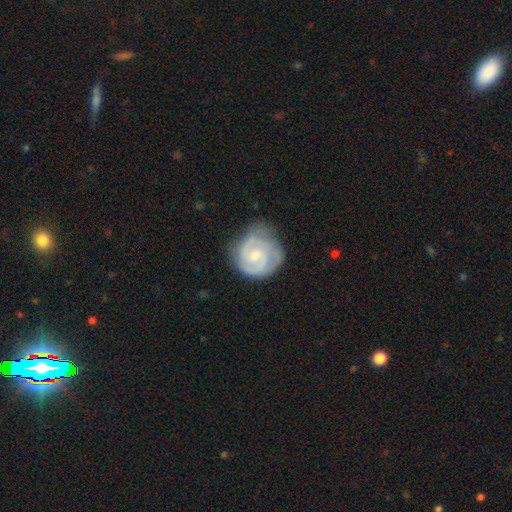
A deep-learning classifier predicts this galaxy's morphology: Smooth or featured? featured or disk (81%)
Edge-on disk? no (98%)
Bar? no (55%)
Spiral arms? yes (96%)
Spiral winding? tight (61%)
Spiral arm count? 2 (67%)
Bulge size? small (64%)
Merging? none (62%)